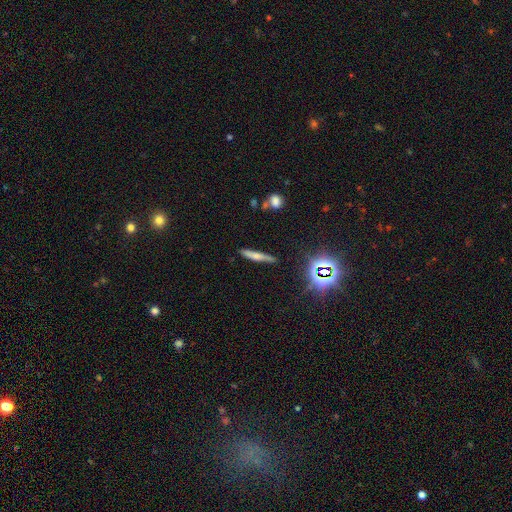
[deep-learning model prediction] Smooth or featured: smooth — 54% (featured or disk — 32%)
How rounded: cigar-shaped — 88% (in between — 9%)
Merging: none — 79% (minor disturbance — 15%)